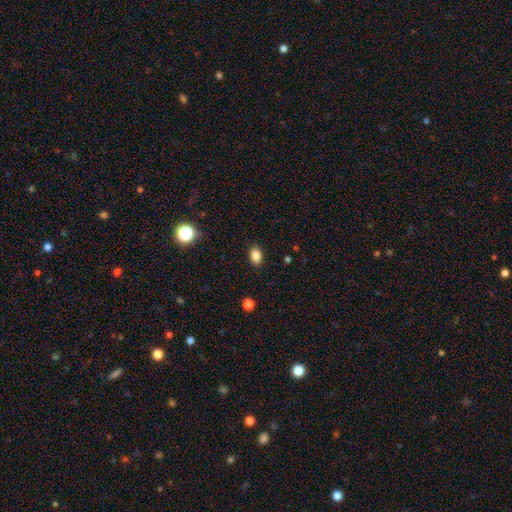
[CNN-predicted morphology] smooth_or_featured: smooth (p=0.85) [alt: star or artifact p=0.10]
how_rounded: in between (p=0.82) [alt: round p=0.17]
merging: none (p=0.88) [alt: minor disturbance p=0.09]